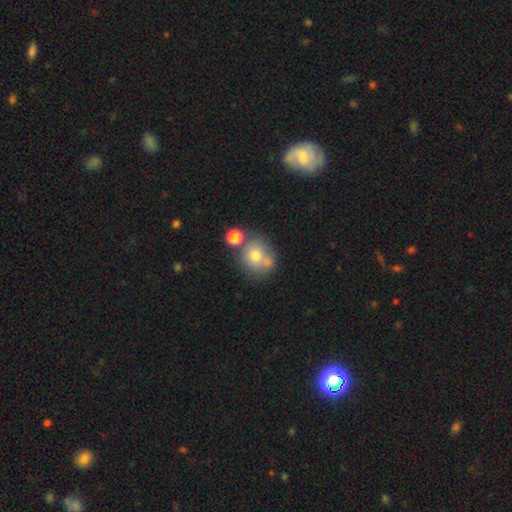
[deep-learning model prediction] smooth-or-featured: smooth: 70% | featured or disk: 18% | star or artifact: 12%
  how-rounded: round: 78% | in between: 21% | cigar-shaped: 1%
  merging: none: 52% | merger: 28% | minor disturbance: 15% | major disturbance: 6%